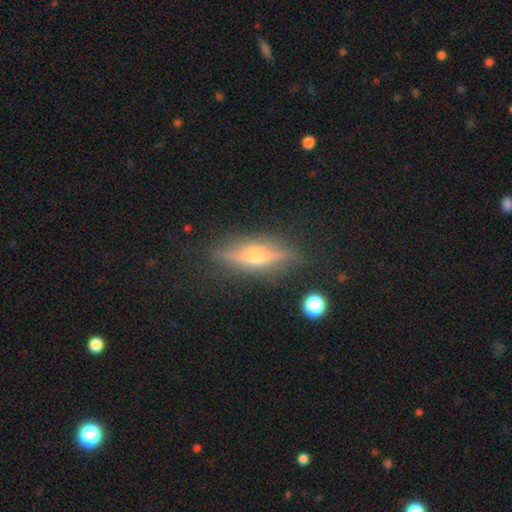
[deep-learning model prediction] featured or disk 74%, smooth 18%, star or artifact 7%. Down the decision tree: edge-on disk — yes (95%); edge-on bulge — rounded (93%); merging — none (87%).